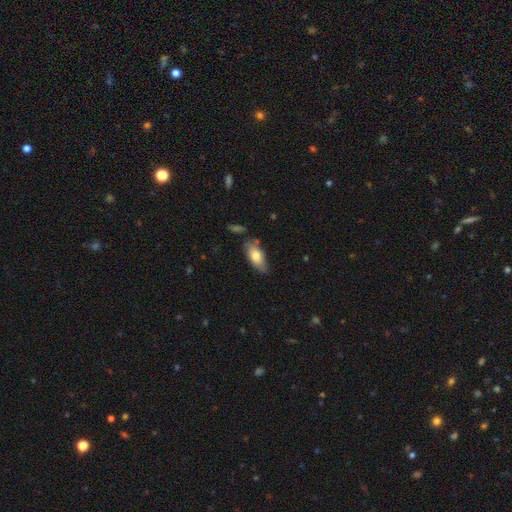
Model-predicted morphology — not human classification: Smooth or featured?
  - smooth: 75% *
  - featured or disk: 19%
  - star or artifact: 6%
How rounded?
  - in between: 85% *
  - cigar-shaped: 13%
  - round: 3%
Merging?
  - none: 71% *
  - minor disturbance: 20%
  - merger: 5%
  - major disturbance: 4%